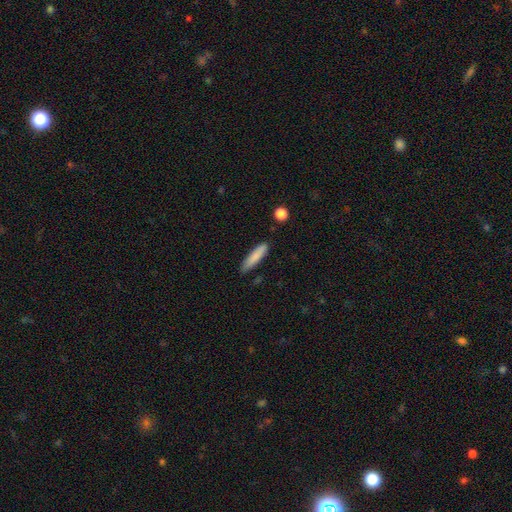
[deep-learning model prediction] Smooth or featured? smooth (83%)
How rounded? cigar-shaped (81%)
Merging? none (80%)